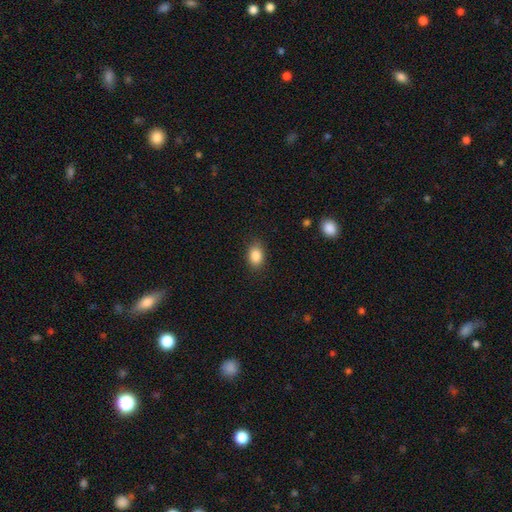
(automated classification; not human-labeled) A smooth galaxy with no disk features (87%) that is in between round and cigar-shaped (77%). Merging: none (85%).